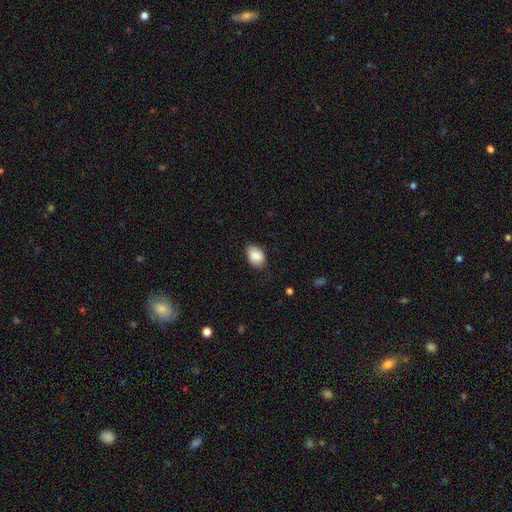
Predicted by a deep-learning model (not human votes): Smooth or featured?
  - smooth: 87% *
  - star or artifact: 7%
  - featured or disk: 6%
How rounded?
  - in between: 81% *
  - round: 18%
  - cigar-shaped: 1%
Merging?
  - none: 77% *
  - minor disturbance: 19%
  - major disturbance: 4%
  - merger: 1%